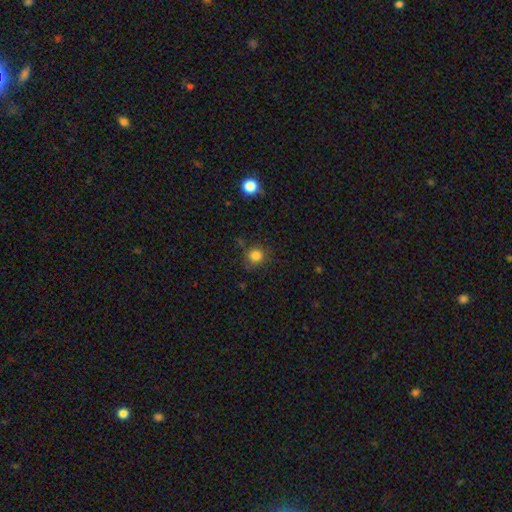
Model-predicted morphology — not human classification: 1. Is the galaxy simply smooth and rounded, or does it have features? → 83% smooth, 12% star or artifact, 5% featured or disk.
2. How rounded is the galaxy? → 88% round, 11% in between, 1% cigar-shaped.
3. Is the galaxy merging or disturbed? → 80% none, 13% minor disturbance, 4% major disturbance, 3% merger.